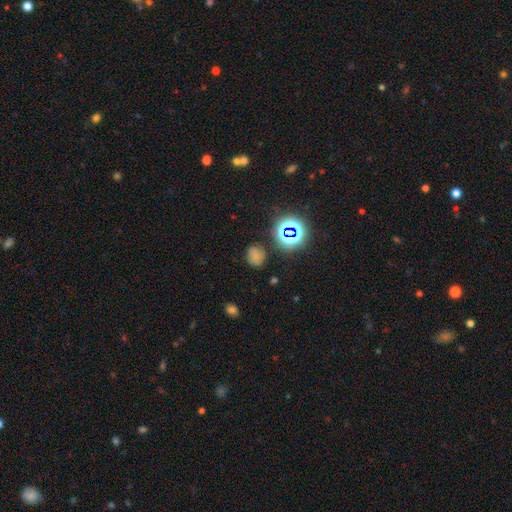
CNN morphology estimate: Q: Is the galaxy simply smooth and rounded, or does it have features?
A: smooth — 58%.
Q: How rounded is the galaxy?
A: round — 72%.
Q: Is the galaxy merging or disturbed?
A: none — 74%.